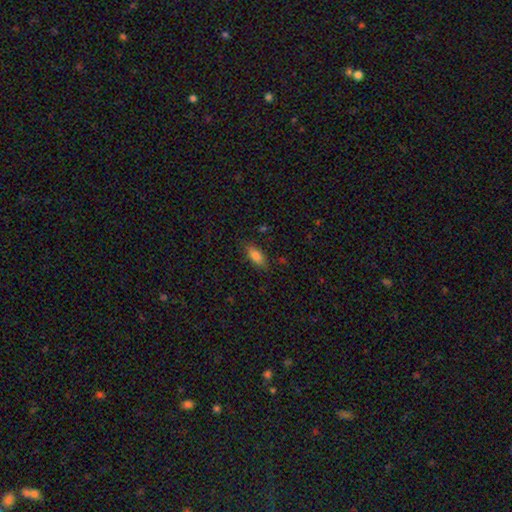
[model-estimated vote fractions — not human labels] A smooth galaxy with no disk features (82%) that is in between round and cigar-shaped (85%). Merging: none (79%).